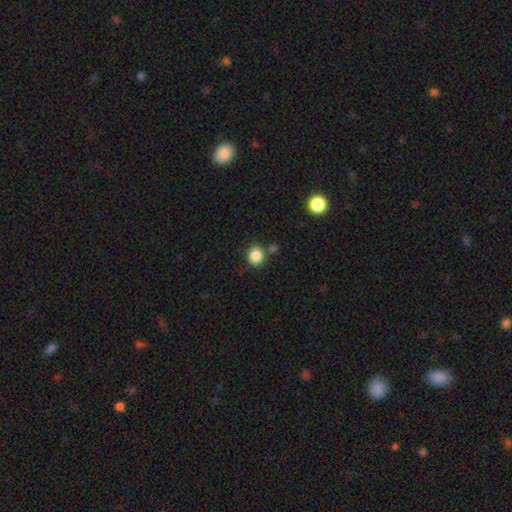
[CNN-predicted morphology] Q: Smooth or featured?
A: smooth (86%); runner-up: star or artifact (10%)
Q: How rounded?
A: round (79%); runner-up: in between (20%)
Q: Merging?
A: none (77%); runner-up: minor disturbance (11%)